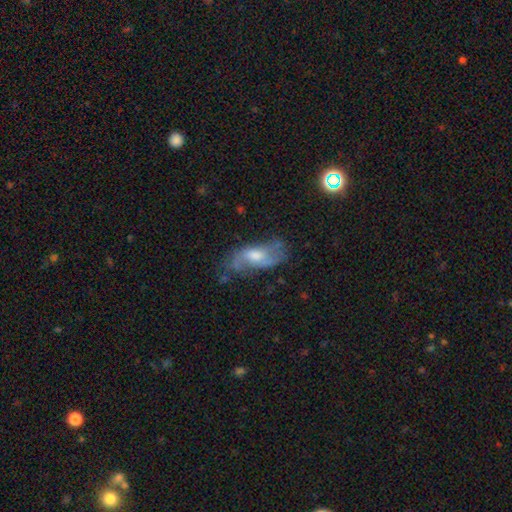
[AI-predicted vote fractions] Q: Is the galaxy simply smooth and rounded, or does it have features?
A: featured or disk — 67%.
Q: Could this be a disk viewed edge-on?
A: no — 87%.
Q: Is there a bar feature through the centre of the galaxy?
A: no — 52%.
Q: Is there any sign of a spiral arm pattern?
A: yes — 84%.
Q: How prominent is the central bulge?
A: moderate — 60%.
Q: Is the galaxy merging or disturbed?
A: none — 63%.